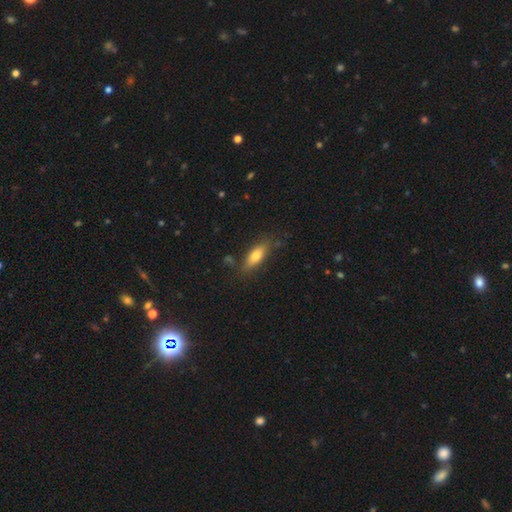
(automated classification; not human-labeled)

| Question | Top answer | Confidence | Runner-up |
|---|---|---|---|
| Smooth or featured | smooth | 72% | featured or disk (20%) |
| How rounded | in between | 61% | cigar-shaped (36%) |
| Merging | none | 77% | minor disturbance (16%) |